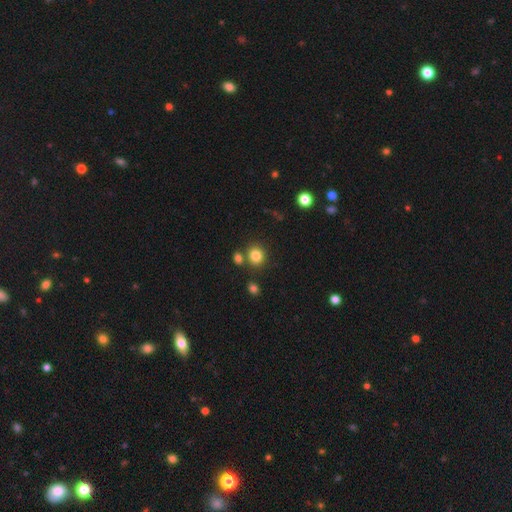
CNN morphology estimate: smooth-or-featured: smooth: 83% | star or artifact: 12% | featured or disk: 6%
  how-rounded: round: 81% | in between: 18% | cigar-shaped: 1%
  merging: none: 74% | merger: 14% | minor disturbance: 9% | major disturbance: 3%